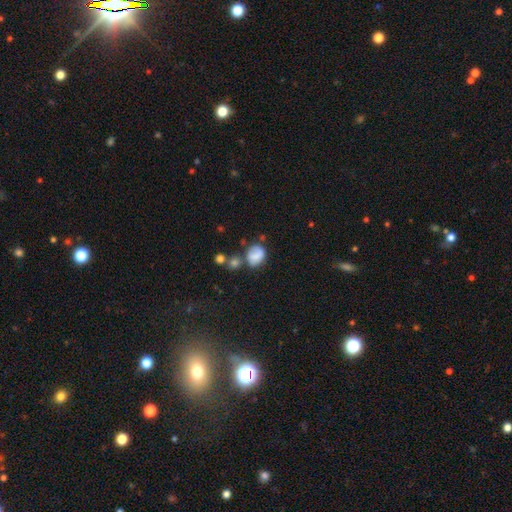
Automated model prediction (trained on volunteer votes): Morphology: type=smooth (74%); roundness=in between (51%); merging=none (47%).